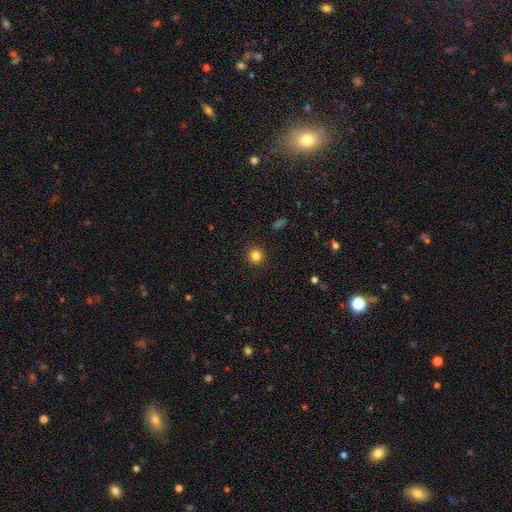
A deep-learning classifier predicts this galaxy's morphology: A smooth galaxy with no disk features (83%) that is round (92%).

Vote fractions:
- Smooth or featured? smooth: 83% / star or artifact: 12% / featured or disk: 5%
- How rounded? round: 92% / in between: 7% / cigar-shaped: 1%
- Merging? none: 92% / minor disturbance: 5% / major disturbance: 2% / merger: 1%